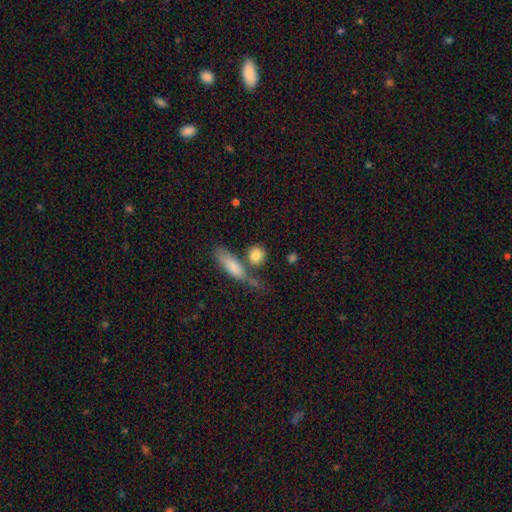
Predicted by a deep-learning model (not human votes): Smooth or featured? Predicted: smooth (p=0.83). How rounded? Predicted: round (p=0.72). Merging? Predicted: none (p=0.65).